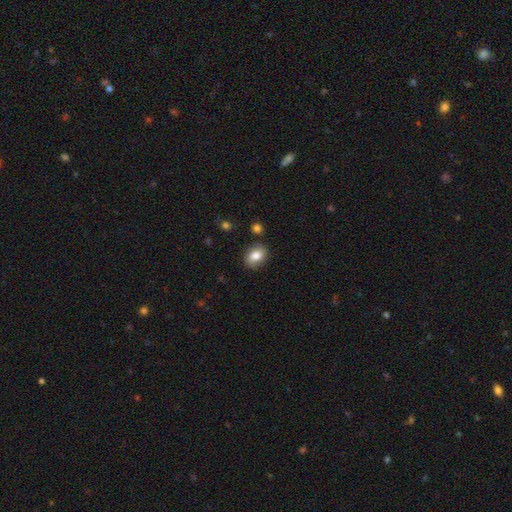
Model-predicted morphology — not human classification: Smooth or featured? smooth (82%)
How rounded? in between (70%)
Merging? none (83%)